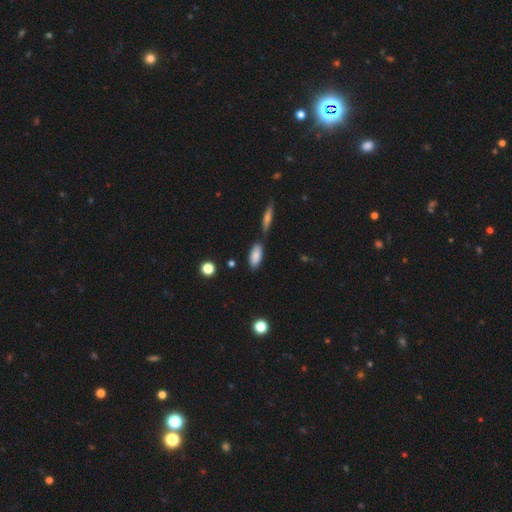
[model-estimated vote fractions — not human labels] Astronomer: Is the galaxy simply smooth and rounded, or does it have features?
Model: smooth — 85%.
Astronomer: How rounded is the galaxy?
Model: in between — 82%.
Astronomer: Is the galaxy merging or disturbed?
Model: none — 74%.